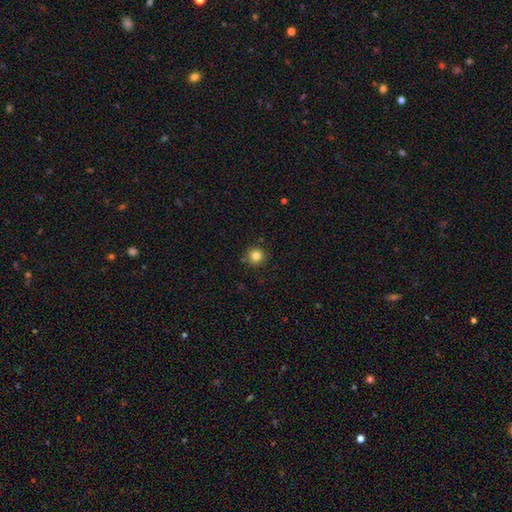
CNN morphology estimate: The model was most divided on "smooth or featured": smooth: 83%, star or artifact: 11%, featured or disk: 6%. More confident: how rounded — round (95%); merging — none (88%).